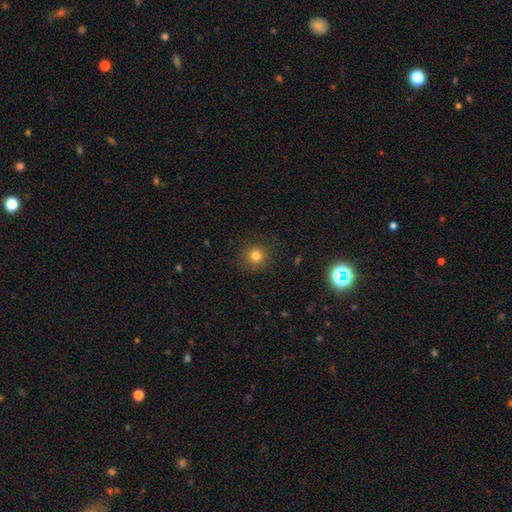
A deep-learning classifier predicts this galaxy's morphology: A smooth galaxy with no disk features (80%) that is round (93%). Merging: none (89%).